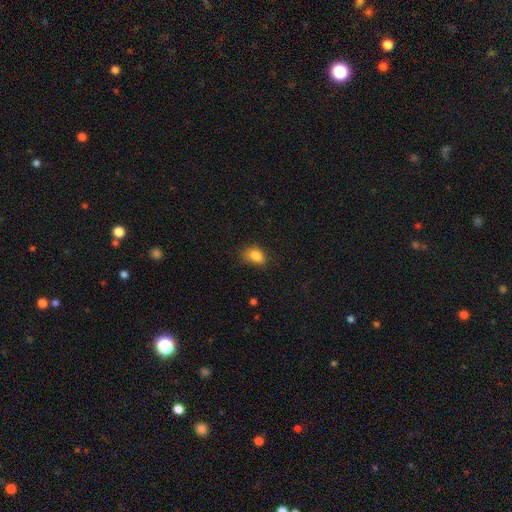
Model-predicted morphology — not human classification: smooth-or-featured: smooth: 84% | star or artifact: 10% | featured or disk: 6%
  how-rounded: in between: 83% | round: 15% | cigar-shaped: 2%
  merging: none: 62% | minor disturbance: 27% | major disturbance: 8% | merger: 2%